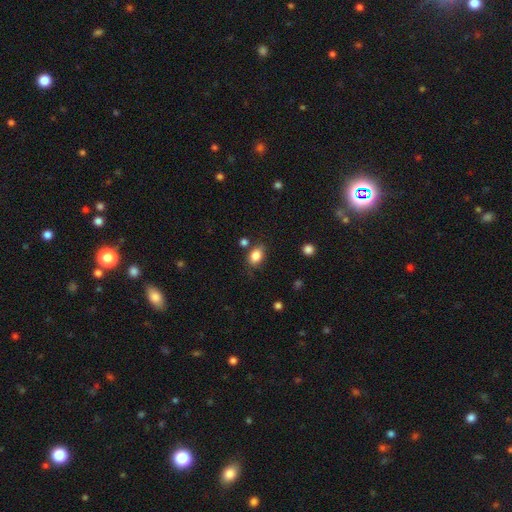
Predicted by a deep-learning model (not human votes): smooth_or_featured: smooth (p=0.85) [alt: star or artifact p=0.09]
how_rounded: in between (p=0.81) [alt: round p=0.18]
merging: none (p=0.75) [alt: minor disturbance p=0.15]